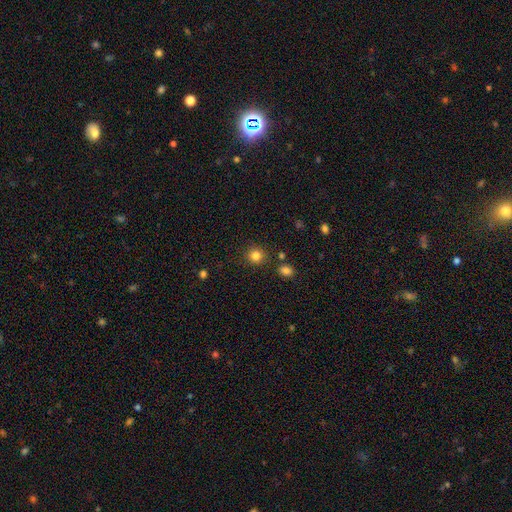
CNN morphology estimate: Smooth or featured?
  - smooth: 83% *
  - star or artifact: 12%
  - featured or disk: 5%
How rounded?
  - round: 87% *
  - in between: 12%
  - cigar-shaped: 1%
Merging?
  - none: 85% *
  - minor disturbance: 8%
  - merger: 4%
  - major disturbance: 3%